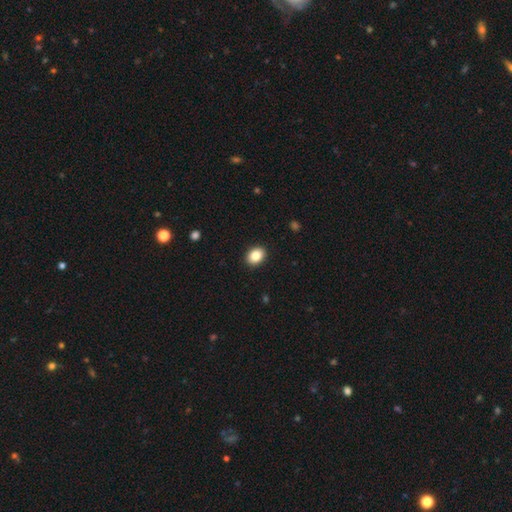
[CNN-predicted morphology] This appears to be a smooth galaxy with no disk features (86%) that is in between round and cigar-shaped (66%). Merging: none (91%).